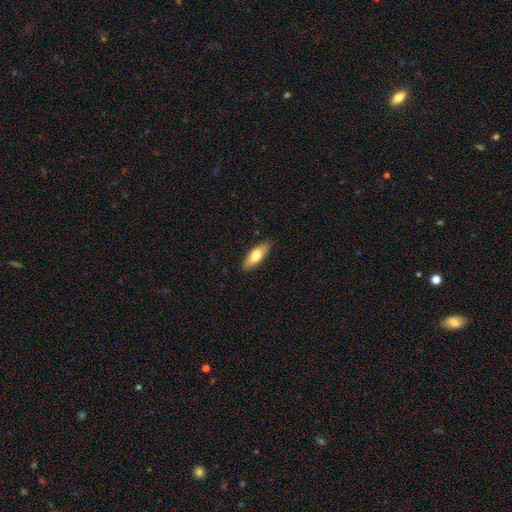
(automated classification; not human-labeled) smooth_or_featured: smooth (p=0.74) [alt: featured or disk p=0.20]
how_rounded: in between (p=0.68) [alt: cigar-shaped p=0.30]
merging: none (p=0.87) [alt: minor disturbance p=0.10]